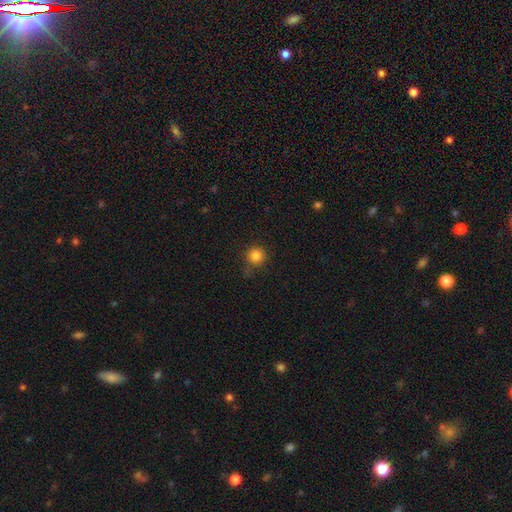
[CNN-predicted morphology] smooth-or-featured: smooth: 83% | star or artifact: 12% | featured or disk: 5%
  how-rounded: round: 94% | in between: 5% | cigar-shaped: 1%
  merging: none: 82% | minor disturbance: 12% | major disturbance: 4% | merger: 2%